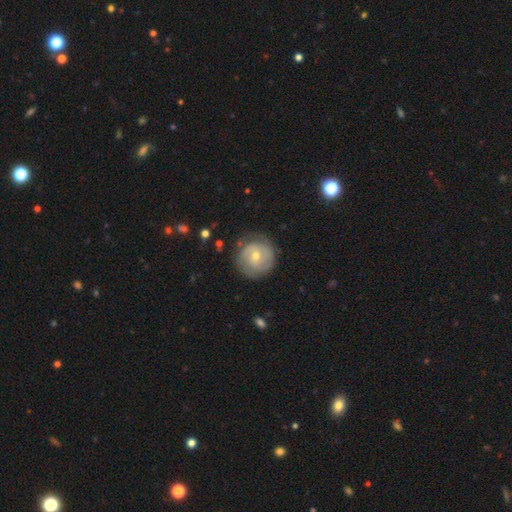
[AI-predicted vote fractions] Smooth or featured? Predicted: featured or disk (p=0.70). Edge-on disk? Predicted: no (p=0.97). Bar? Predicted: no (p=0.54). Spiral arms? Predicted: yes (p=0.87). Spiral winding? Predicted: tight (p=0.61). Spiral arm count? Predicted: 2 (p=0.48). Bulge size? Predicted: small (p=0.49). Merging? Predicted: none (p=0.78).